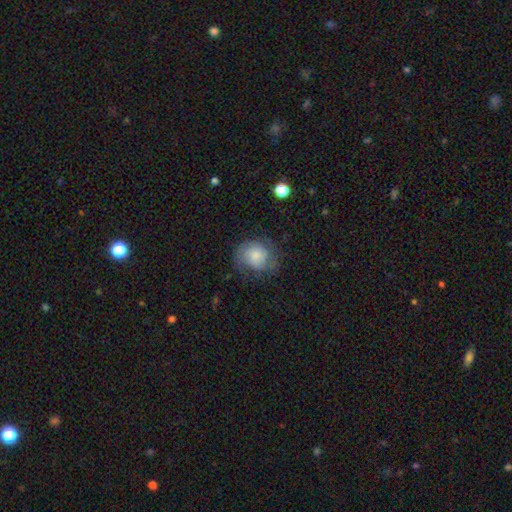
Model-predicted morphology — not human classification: The model was most divided on "smooth or featured": smooth: 50%, featured or disk: 42%, star or artifact: 8%. More confident: merging — none (57%).